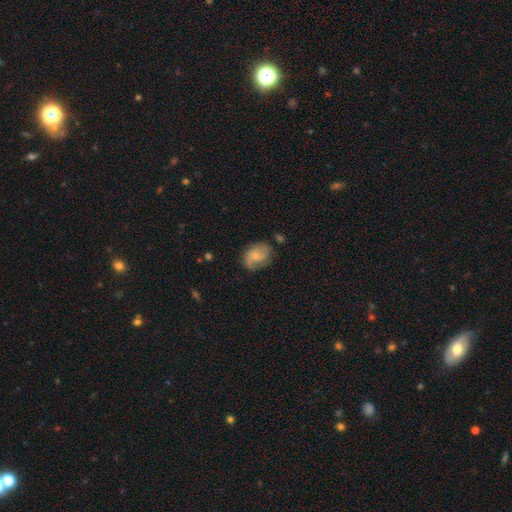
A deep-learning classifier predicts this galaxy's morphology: smooth-or-featured: featured or disk: 51% | smooth: 41% | star or artifact: 8%
  disk-edge-on: no: 97% | yes: 3%
  merging: none: 63% | minor disturbance: 24% | major disturbance: 10% | merger: 3%